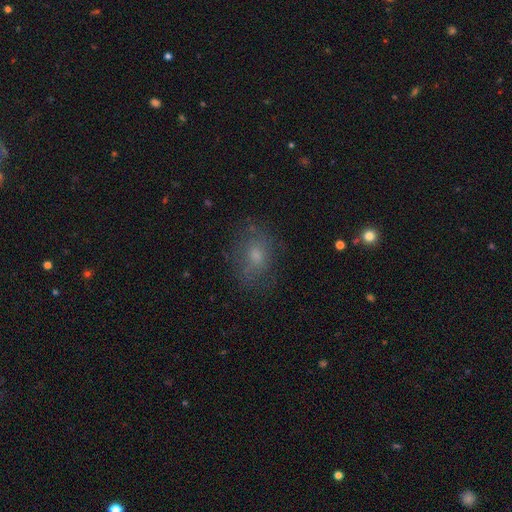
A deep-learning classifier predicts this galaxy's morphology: Q: Smooth or featured?
A: smooth (60%); runner-up: featured or disk (26%)
Q: How rounded?
A: in between (62%); runner-up: round (36%)
Q: Merging?
A: none (68%); runner-up: minor disturbance (19%)